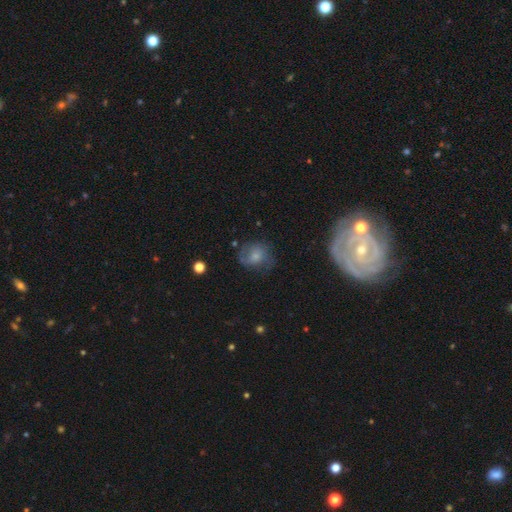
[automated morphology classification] Smooth or featured? Predicted: smooth (p=0.61). How rounded? Predicted: round (p=0.62). Merging? Predicted: none (p=0.54).